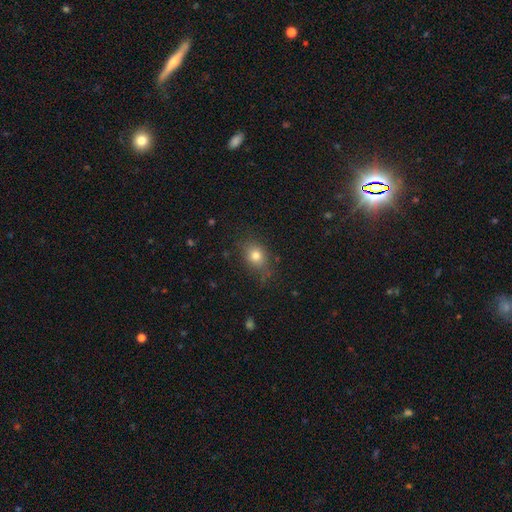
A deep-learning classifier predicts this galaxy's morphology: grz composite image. It shows a smooth galaxy with no disk features (78%) that is in between round and cigar-shaped (53%). Merging: none (74%).